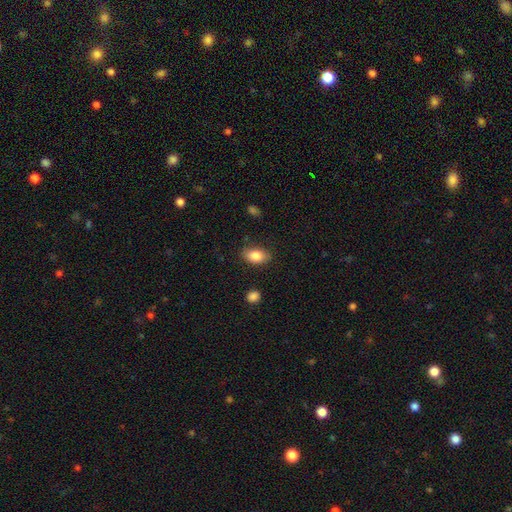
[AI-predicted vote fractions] This appears to be a smooth galaxy with no disk features (85%) that is in between round and cigar-shaped (89%). Merging: none (83%).